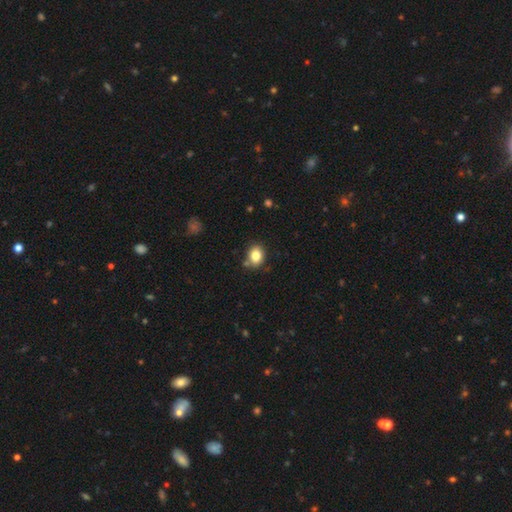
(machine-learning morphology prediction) This is clearly a smooth galaxy (82%). How rounded: possibly round (50%). Merging: likely none (76%).